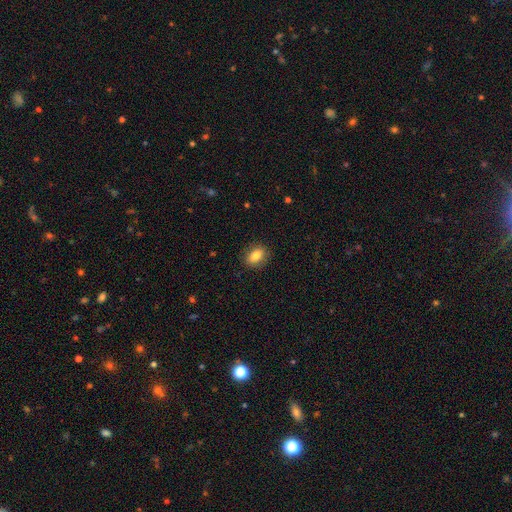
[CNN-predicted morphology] Smooth or featured? smooth (81%)
How rounded? in between (74%)
Merging? none (87%)